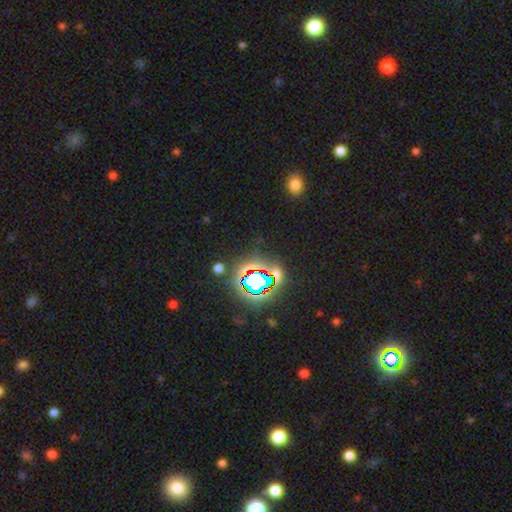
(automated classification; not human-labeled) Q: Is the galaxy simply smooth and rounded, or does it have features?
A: star or artifact — 78%.